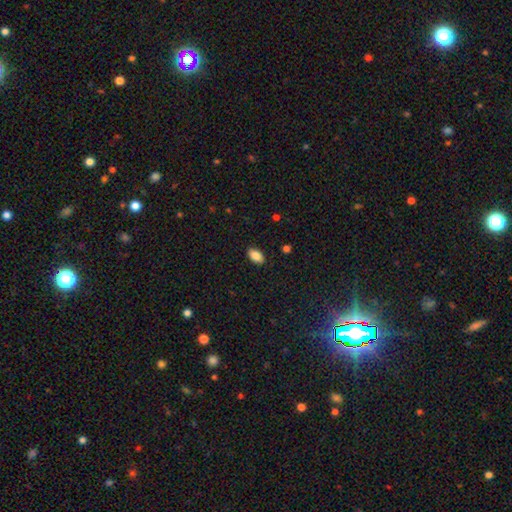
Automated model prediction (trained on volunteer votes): Q: Smooth or featured?
A: smooth (86%); runner-up: star or artifact (8%)
Q: How rounded?
A: in between (92%); runner-up: round (6%)
Q: Merging?
A: none (89%); runner-up: minor disturbance (8%)